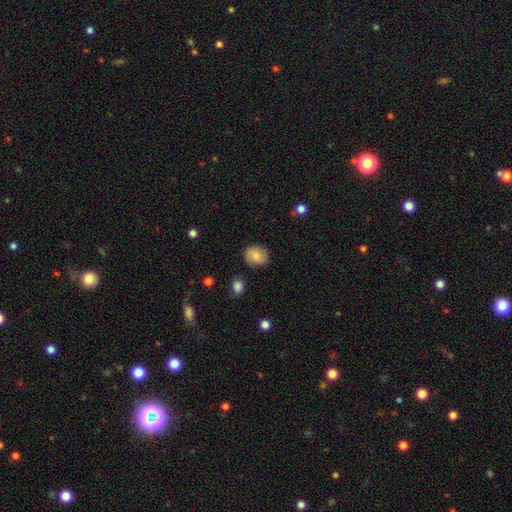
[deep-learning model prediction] Smooth or featured? smooth (80%)
How rounded? round (71%)
Merging? none (85%)